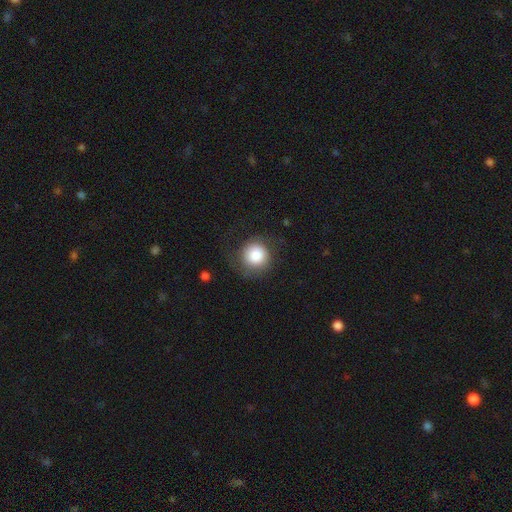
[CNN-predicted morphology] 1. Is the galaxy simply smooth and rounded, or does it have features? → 83% smooth, 9% featured or disk, 8% star or artifact.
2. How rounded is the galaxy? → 93% round, 6% in between, 1% cigar-shaped.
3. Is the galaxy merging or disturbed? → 72% none, 17% minor disturbance, 10% major disturbance, 1% merger.